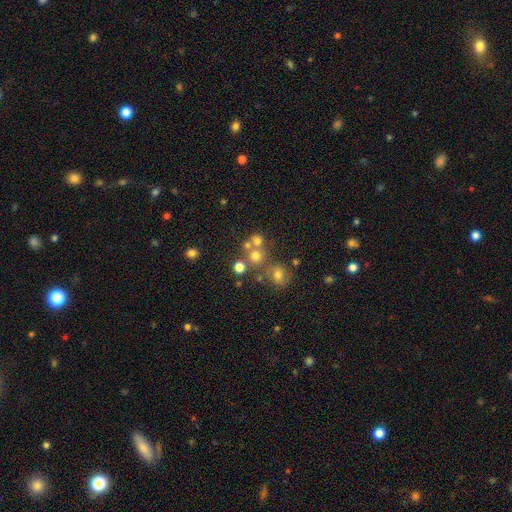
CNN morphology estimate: This appears to be a smooth galaxy with no disk features (64%) that is round (87%). Merging: none (53%).